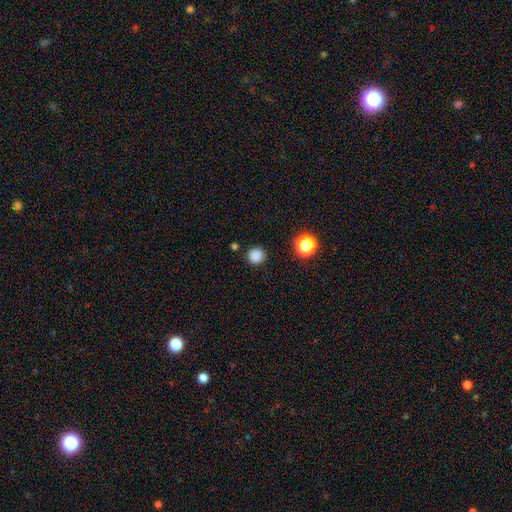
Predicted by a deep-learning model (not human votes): smooth_or_featured: smooth (p=0.84) [alt: star or artifact p=0.13]
how_rounded: round (p=0.92) [alt: in between p=0.07]
merging: none (p=0.88) [alt: minor disturbance p=0.07]